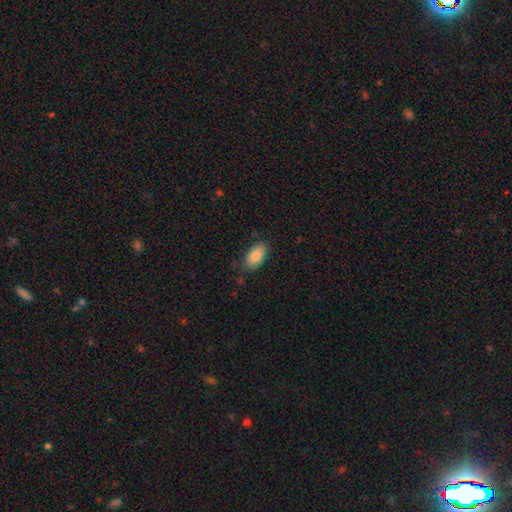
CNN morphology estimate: A smooth galaxy with no disk features (85%) that is in between round and cigar-shaped (93%).

Vote fractions:
- Smooth or featured? smooth: 85% / featured or disk: 8% / star or artifact: 7%
- How rounded? in between: 93% / cigar-shaped: 3% / round: 3%
- Merging? none: 79% / minor disturbance: 16% / major disturbance: 3% / merger: 1%